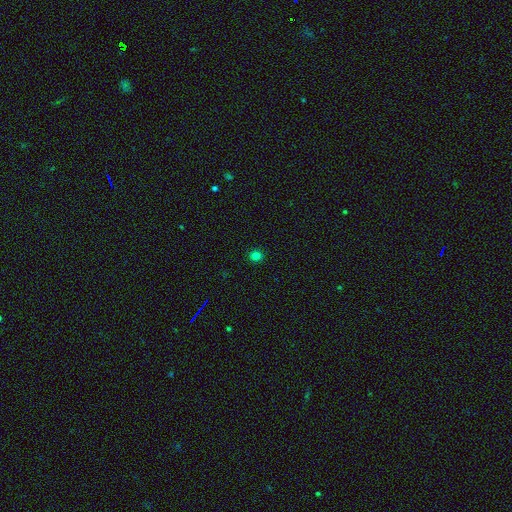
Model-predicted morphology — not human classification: Smooth or featured? Predicted: smooth (p=0.80). How rounded? Predicted: round (p=0.89). Merging? Predicted: none (p=0.93).